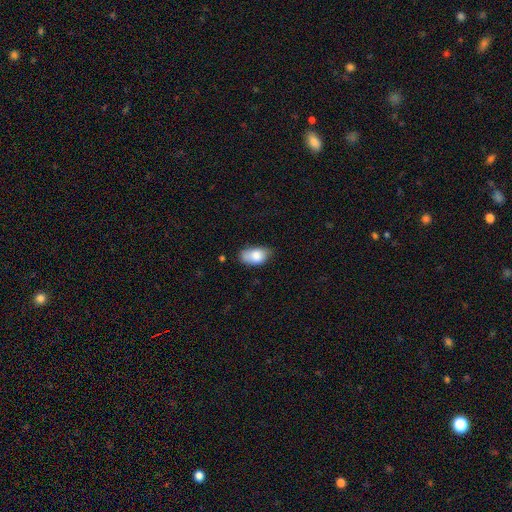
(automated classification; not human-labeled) A smooth galaxy with no disk features (82%) that is in between round and cigar-shaped (91%). Merging: none (50%).